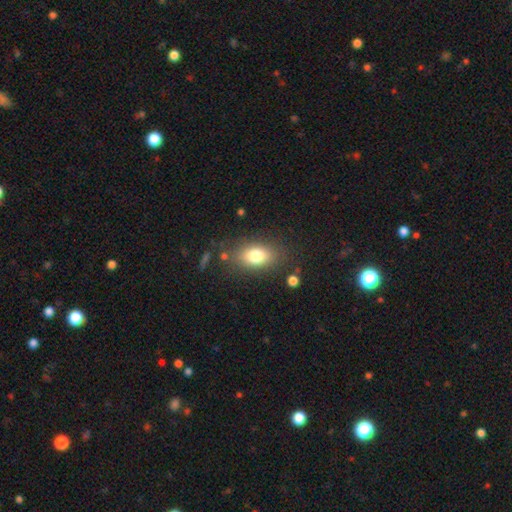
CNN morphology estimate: type=smooth (78%); roundness=in between (84%); merging=none (78%).